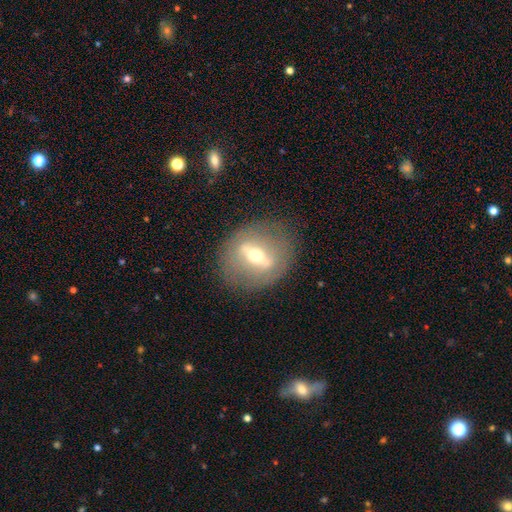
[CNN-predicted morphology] smooth-or-featured: featured or disk: 67% | smooth: 25% | star or artifact: 8%
  disk-edge-on: no: 72% | yes: 28%
  merging: none: 81% | minor disturbance: 11% | major disturbance: 6% | merger: 1%